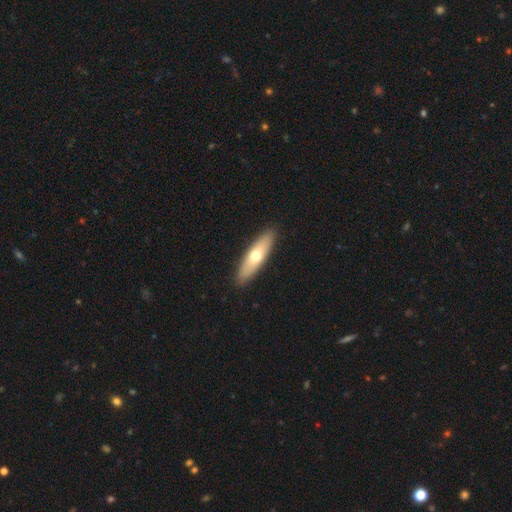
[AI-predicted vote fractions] The model was most divided on "how rounded": cigar-shaped: 60%, in between: 38%, round: 2%. More confident: merging — none (90%); smooth or featured — smooth (60%).